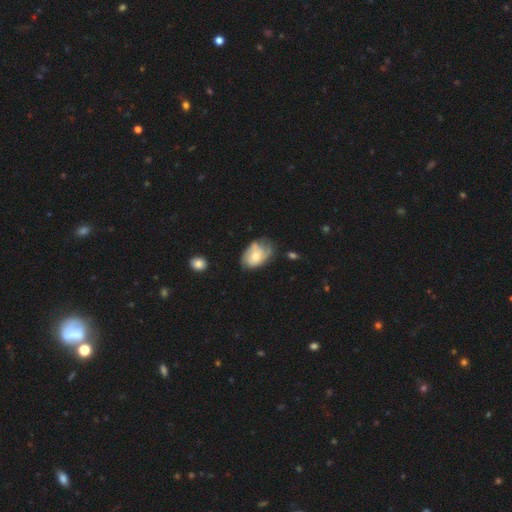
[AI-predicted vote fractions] A smooth galaxy with no disk features (48%). Merging: none (47%).